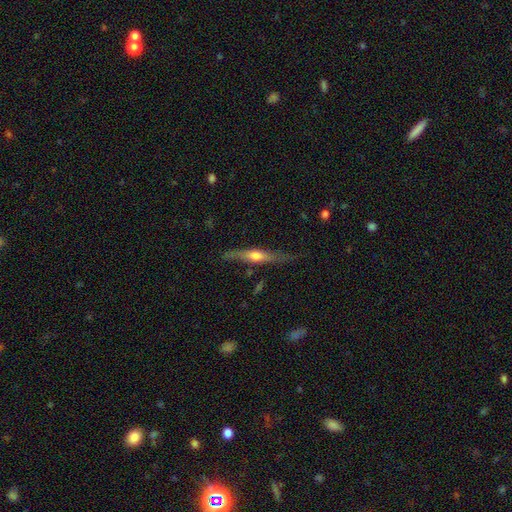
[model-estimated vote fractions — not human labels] Overall: featured or disk (64%; smooth 31%). Edge-on disk: yes (93%). Edge-on bulge: rounded (87%). Merging: none (74%).